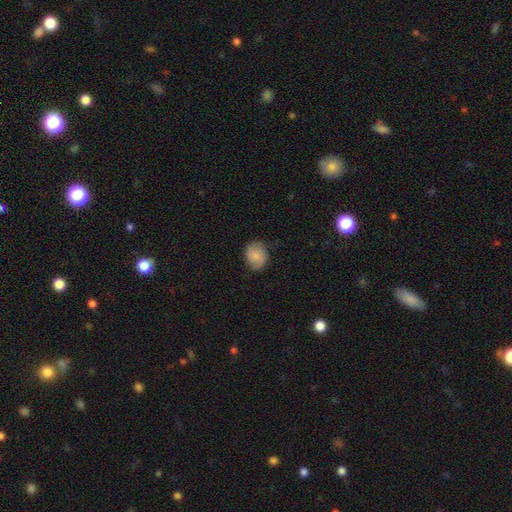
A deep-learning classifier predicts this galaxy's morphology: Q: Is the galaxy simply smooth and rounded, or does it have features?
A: smooth — 74%.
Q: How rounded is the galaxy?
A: round — 54%.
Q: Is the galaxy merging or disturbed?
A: none — 80%.